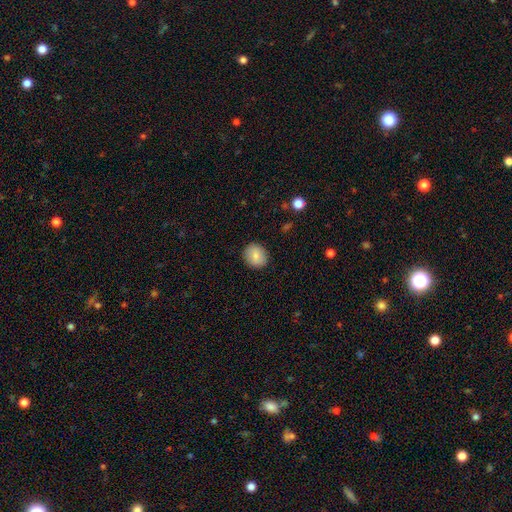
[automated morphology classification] This is clearly a smooth galaxy (83%). How rounded: likely round (79%). Merging: clearly none (89%).